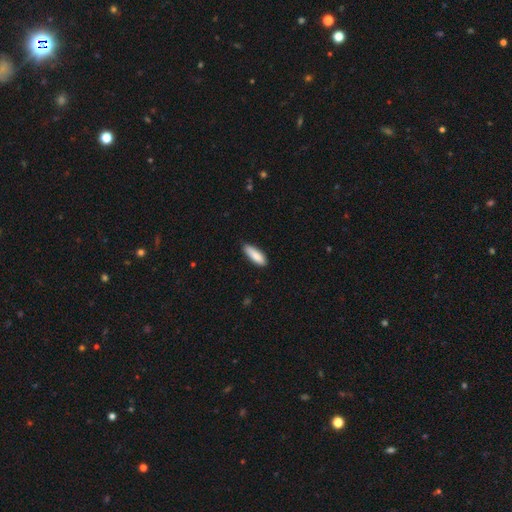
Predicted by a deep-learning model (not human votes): A smooth galaxy with no disk features (86%) that is in between round and cigar-shaped (51%).

Vote fractions:
- Smooth or featured? smooth: 86% / featured or disk: 8% / star or artifact: 6%
- How rounded? in between: 51% / cigar-shaped: 47% / round: 2%
- Merging? none: 78% / minor disturbance: 18% / major disturbance: 2% / merger: 1%